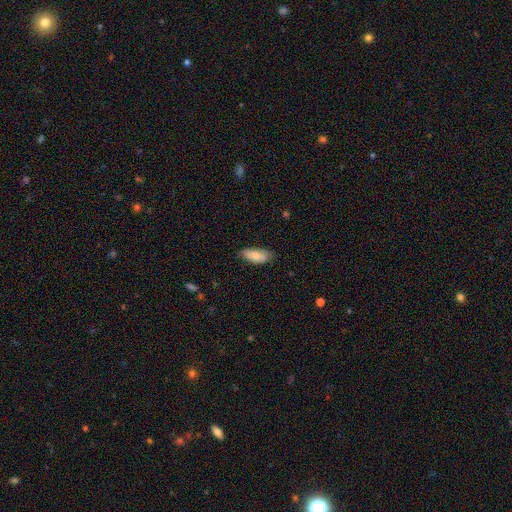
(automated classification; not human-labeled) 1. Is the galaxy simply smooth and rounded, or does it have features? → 77% smooth, 17% featured or disk, 6% star or artifact.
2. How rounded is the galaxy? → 85% in between, 12% cigar-shaped, 2% round.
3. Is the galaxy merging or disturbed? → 74% none, 22% minor disturbance, 3% major disturbance, 1% merger.